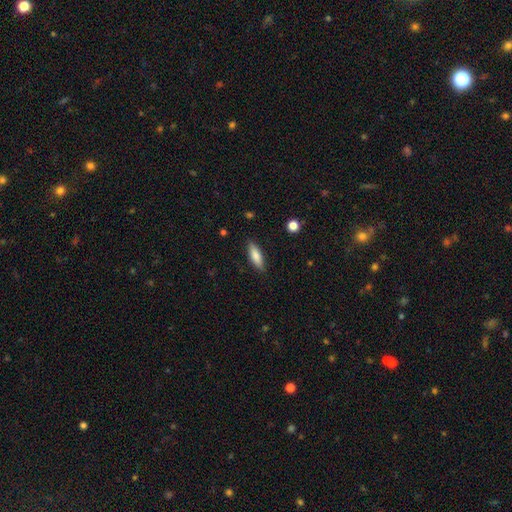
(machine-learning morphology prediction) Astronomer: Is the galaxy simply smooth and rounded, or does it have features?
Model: smooth — 80%.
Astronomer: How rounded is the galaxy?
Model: in between — 56% (runner-up: cigar-shaped, 42%).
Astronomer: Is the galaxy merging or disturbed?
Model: none — 87%.